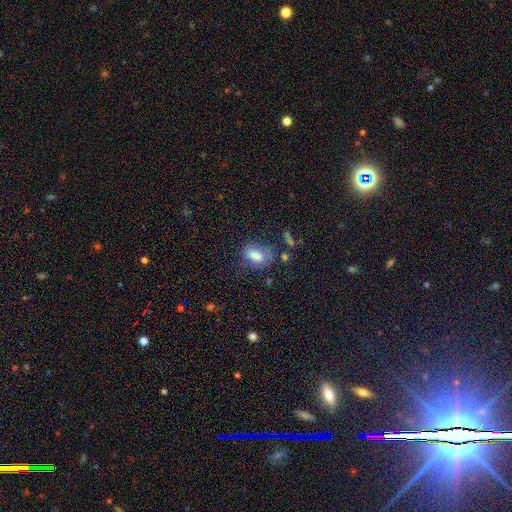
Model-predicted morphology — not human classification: smooth 79%, featured or disk 11%, star or artifact 10%. Down the decision tree: how rounded — in between (83%); merging — none (54%).